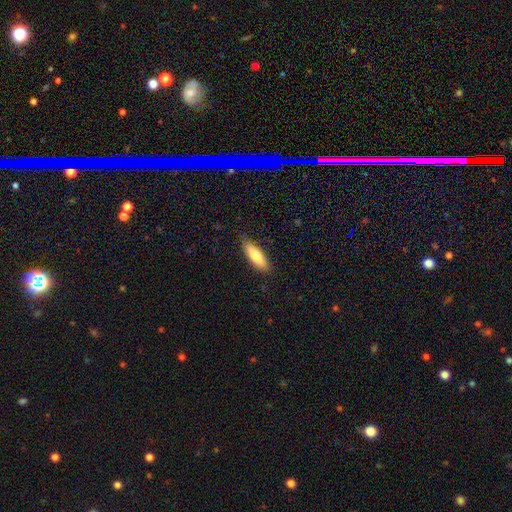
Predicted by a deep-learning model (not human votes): Smooth or featured? Predicted: smooth (p=0.76). How rounded? Predicted: cigar-shaped (p=0.50). Merging? Predicted: none (p=0.84).